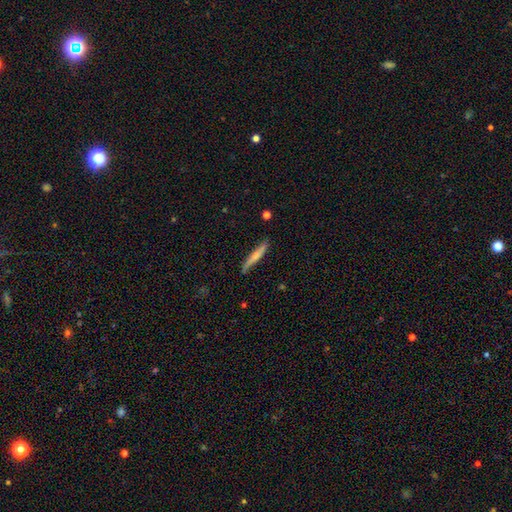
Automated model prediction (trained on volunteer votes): Smooth or featured: smooth — 53% (featured or disk — 42%)
How rounded: cigar-shaped — 93% (in between — 6%)
Merging: none — 75% (minor disturbance — 19%)